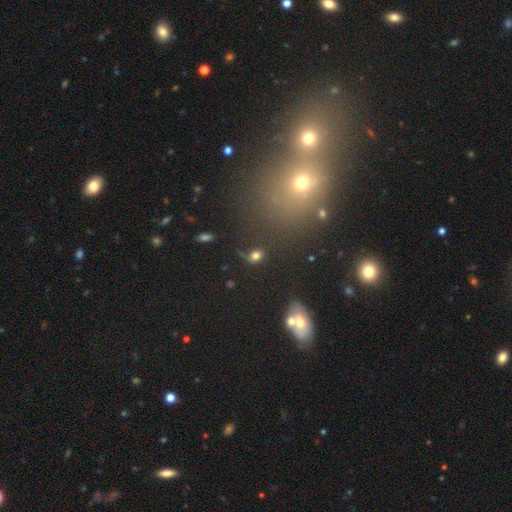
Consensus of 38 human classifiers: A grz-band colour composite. It shows a smooth galaxy with no disk features (68%) that is in between round and cigar-shaped (62%). Merging: major disturbance (44%).